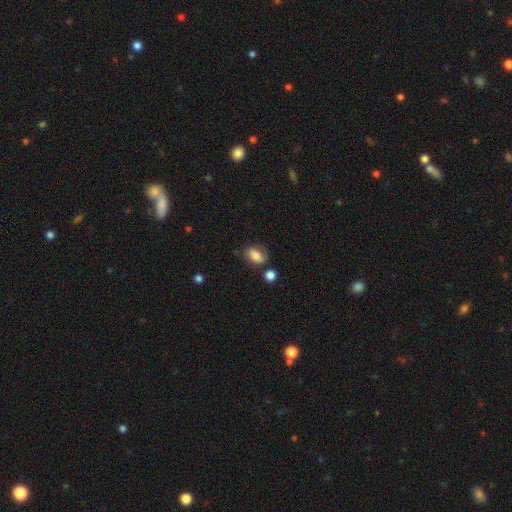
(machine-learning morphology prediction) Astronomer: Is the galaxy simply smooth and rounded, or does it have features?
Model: smooth — 76%.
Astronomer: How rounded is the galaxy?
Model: in between — 81%.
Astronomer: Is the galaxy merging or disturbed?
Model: none — 61%.